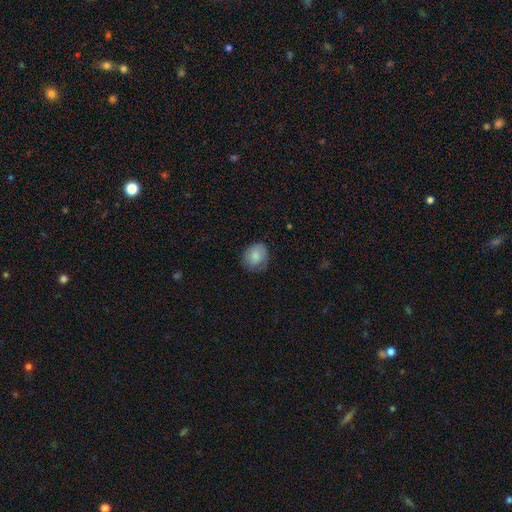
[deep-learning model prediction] Smooth or featured?
  - smooth: 81% *
  - featured or disk: 13%
  - star or artifact: 7%
How rounded?
  - round: 68% *
  - in between: 32%
  - cigar-shaped: 1%
Merging?
  - none: 68% *
  - minor disturbance: 24%
  - major disturbance: 7%
  - merger: 1%